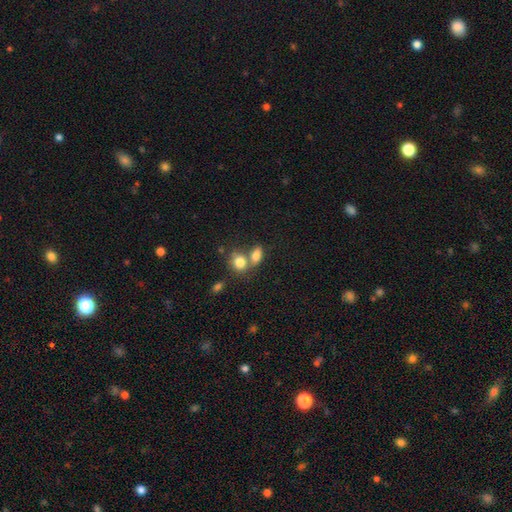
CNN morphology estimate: Smooth or featured? Predicted: smooth (p=0.80). How rounded? Predicted: in between (p=0.72). Merging? Predicted: merger (p=0.50).